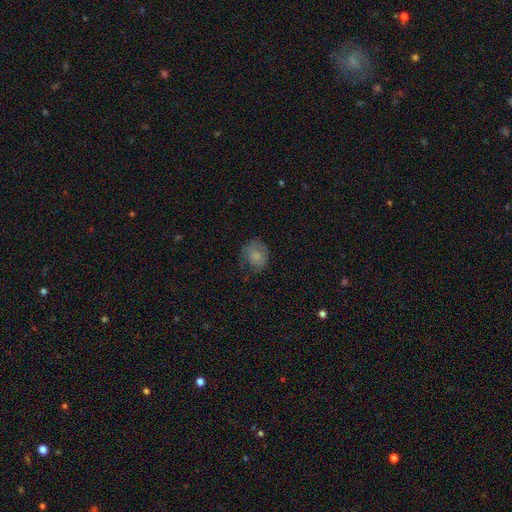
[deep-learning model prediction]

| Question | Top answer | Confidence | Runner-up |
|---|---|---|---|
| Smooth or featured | smooth | 77% | featured or disk (14%) |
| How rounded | round | 64% | in between (35%) |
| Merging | none | 61% | minor disturbance (25%) |